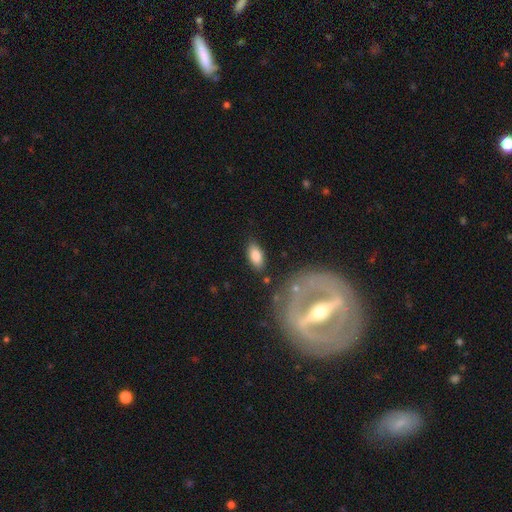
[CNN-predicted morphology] The model was most divided on "merging": none: 81%, minor disturbance: 12%, major disturbance: 4%, merger: 3%. More confident: how rounded — in between (91%); smooth or featured — smooth (82%).